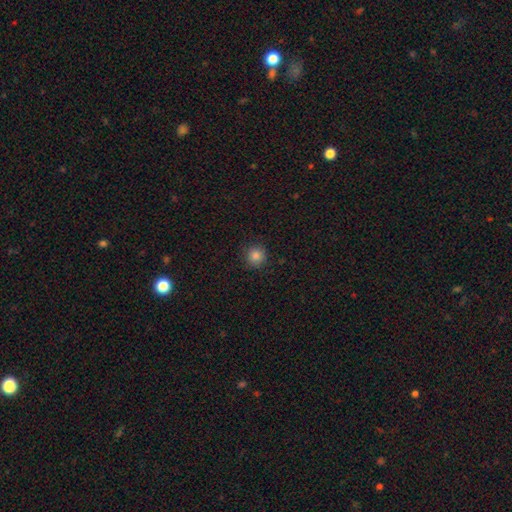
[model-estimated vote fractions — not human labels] Morphology: type=smooth (84%); roundness=round (94%); merging=none (90%).